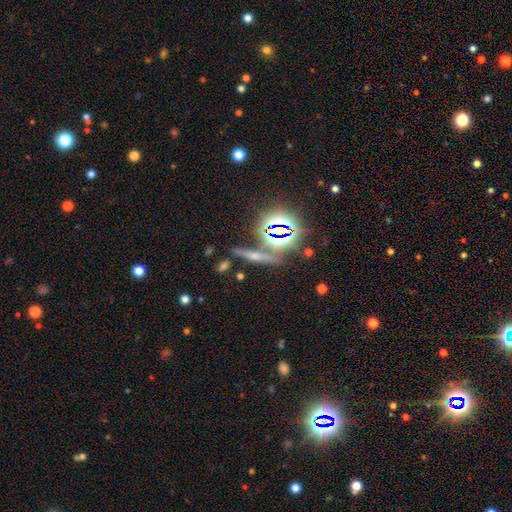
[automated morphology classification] This appears to be a featured or disk galaxy (34%). Merging: none (75%).